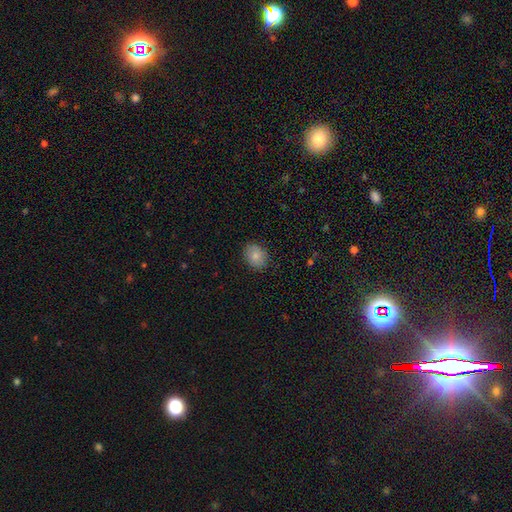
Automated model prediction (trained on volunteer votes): Overall: smooth (84%). How rounded: in between (54%; round 45%). Merging: none (86%).